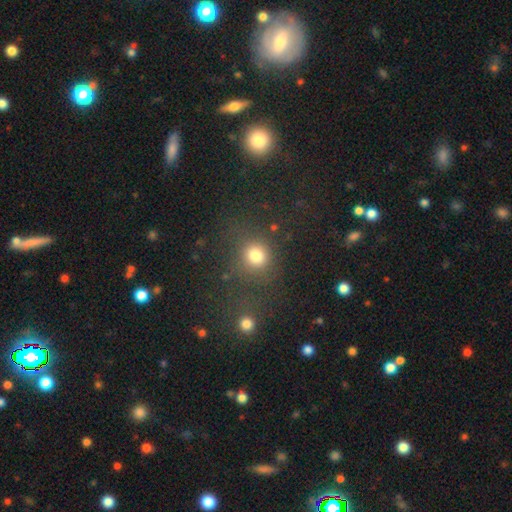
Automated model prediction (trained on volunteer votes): Smooth or featured? Predicted: smooth (p=0.77). How rounded? Predicted: round (p=0.82). Merging? Predicted: none (p=0.70).